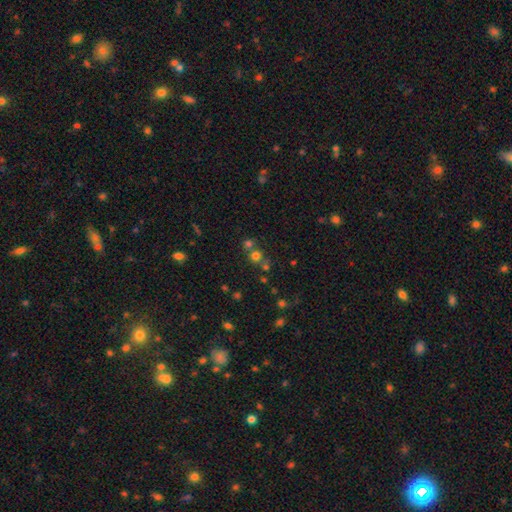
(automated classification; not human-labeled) smooth 63%, star or artifact 27%, featured or disk 10%. Down the decision tree: how rounded — round (89%); merging — none (60%).